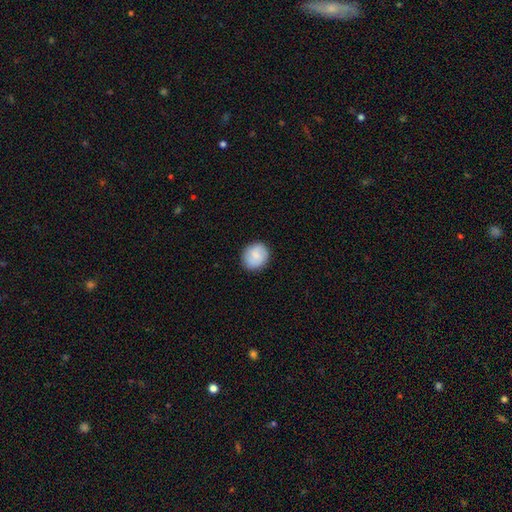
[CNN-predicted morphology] A smooth galaxy with no disk features (82%) that is round (74%).

Vote fractions:
- Smooth or featured? smooth: 82% / featured or disk: 11% / star or artifact: 7%
- How rounded? round: 74% / in between: 25% / cigar-shaped: 1%
- Merging? none: 87% / minor disturbance: 9% / major disturbance: 2% / merger: 1%